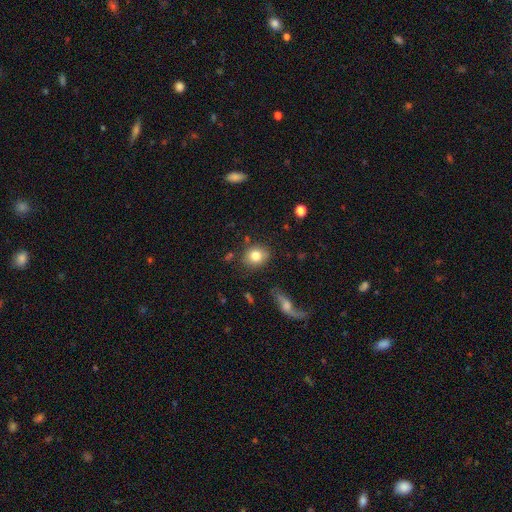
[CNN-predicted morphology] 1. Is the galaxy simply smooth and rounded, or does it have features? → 80% smooth, 11% featured or disk, 9% star or artifact.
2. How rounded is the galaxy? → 66% round, 32% in between, 1% cigar-shaped.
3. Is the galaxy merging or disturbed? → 81% none, 12% minor disturbance, 4% merger, 3% major disturbance.